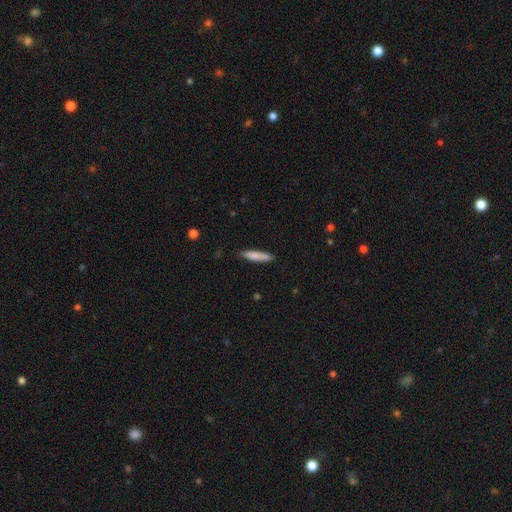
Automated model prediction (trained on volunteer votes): smooth 76%, featured or disk 18%, star or artifact 6%. Down the decision tree: how rounded — cigar-shaped (88%); merging — none (82%).